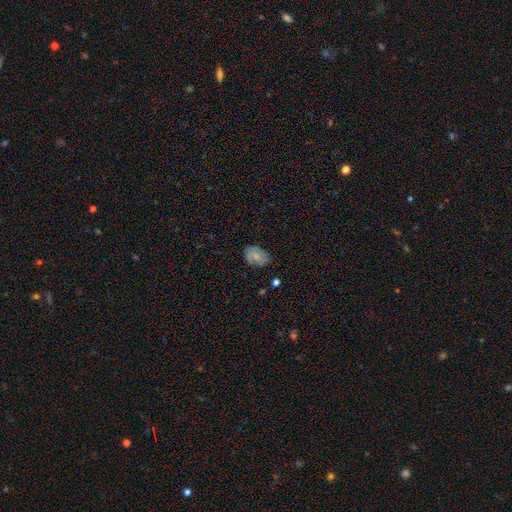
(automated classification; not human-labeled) This is likely a smooth galaxy (65%). How rounded: likely in between (78%). Merging: likely none (76%).